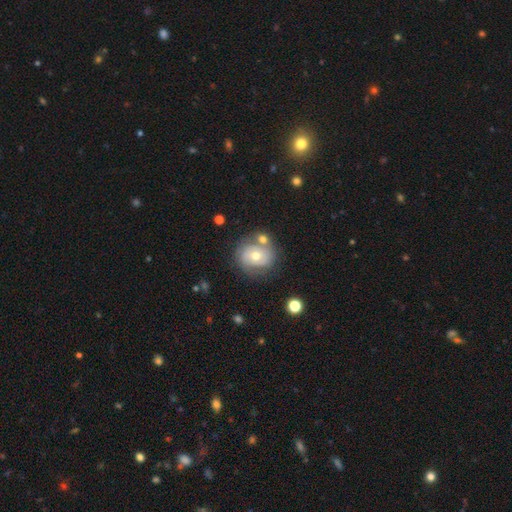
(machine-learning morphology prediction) Smooth or featured: featured or disk — 49% (smooth — 43%)
Merging: none — 60% (minor disturbance — 17%)